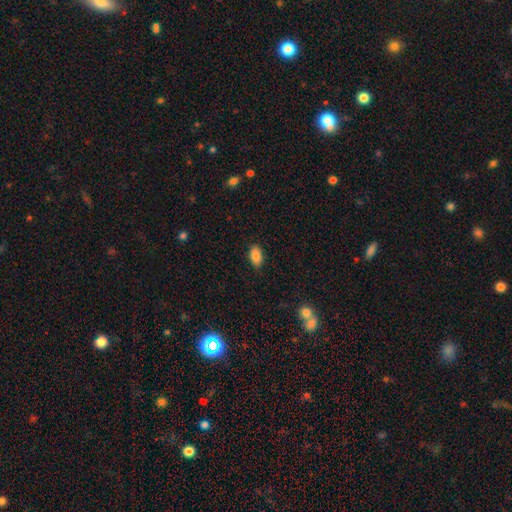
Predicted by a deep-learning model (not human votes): This appears to be a smooth galaxy with no disk features (86%) that is in between round and cigar-shaped (91%). Merging: none (87%).